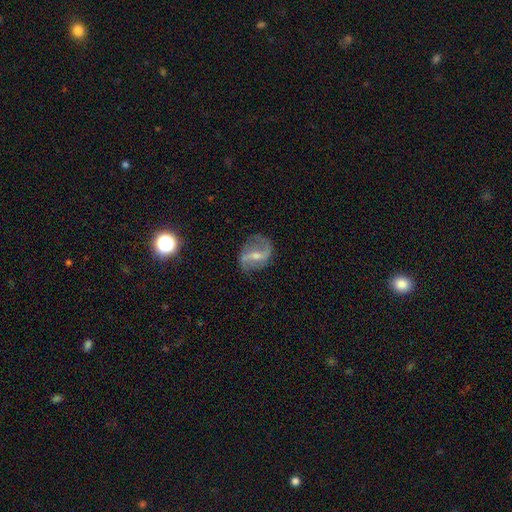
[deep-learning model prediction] Overall: featured or disk (80%). Edge-on disk: no (96%). Bar: weak (43%; strong 41%). Spiral arms: yes (91%). Spiral arm count: 2 (87%). Spiral winding: loose (55%; medium 34%). Bulge size: small (52%; moderate 41%). Merging: none (75%).